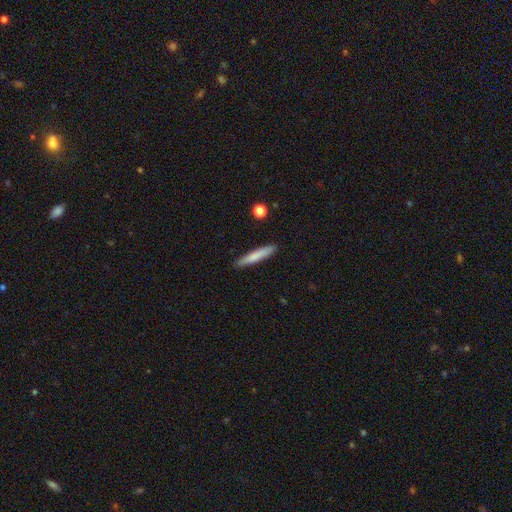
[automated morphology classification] Q: Smooth or featured?
A: smooth (75%); runner-up: featured or disk (19%)
Q: How rounded?
A: cigar-shaped (94%); runner-up: in between (5%)
Q: Merging?
A: none (90%); runner-up: minor disturbance (7%)